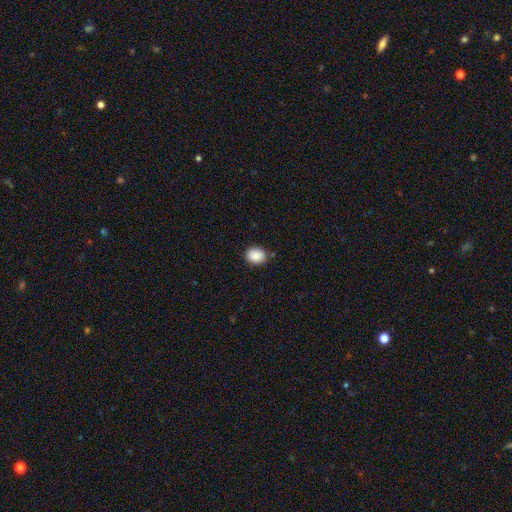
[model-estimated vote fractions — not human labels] smooth_or_featured: smooth (p=0.88) [alt: star or artifact p=0.08]
how_rounded: in between (p=0.52) [alt: round p=0.47]
merging: none (p=0.82) [alt: minor disturbance p=0.13]